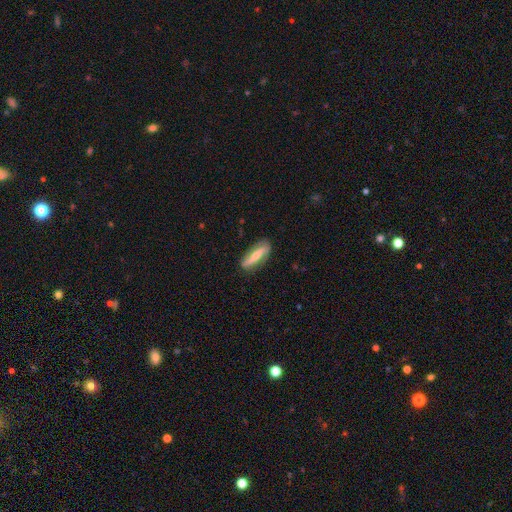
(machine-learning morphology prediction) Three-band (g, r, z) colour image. It shows a featured or disk galaxy (60%). Merging: none (81%).